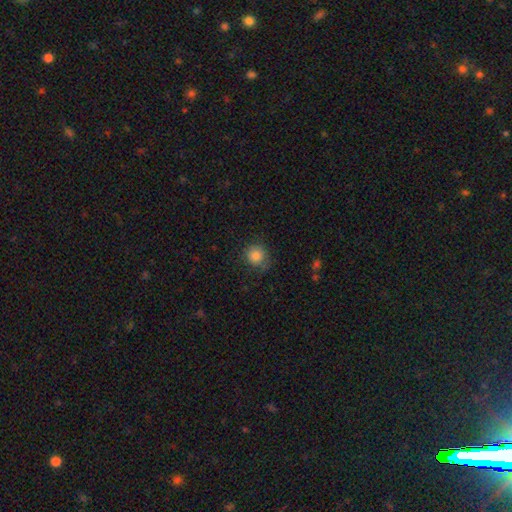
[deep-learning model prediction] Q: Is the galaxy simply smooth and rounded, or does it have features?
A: smooth — 84%.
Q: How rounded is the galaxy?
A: round — 89%.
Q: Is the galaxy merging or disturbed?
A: none — 72%.